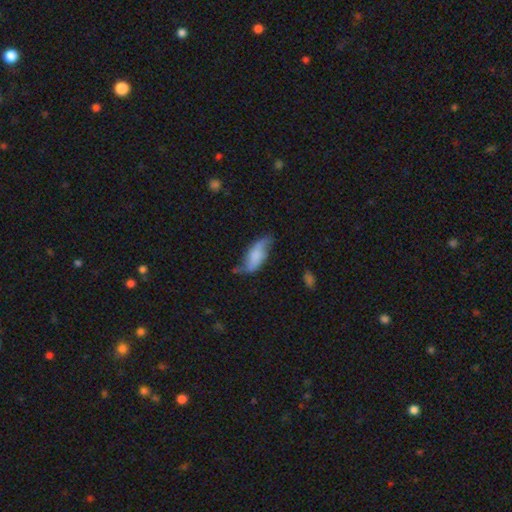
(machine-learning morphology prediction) smooth 54%, featured or disk 39%, star or artifact 7%. Down the decision tree: how rounded — in between (77%); merging — none (51%).